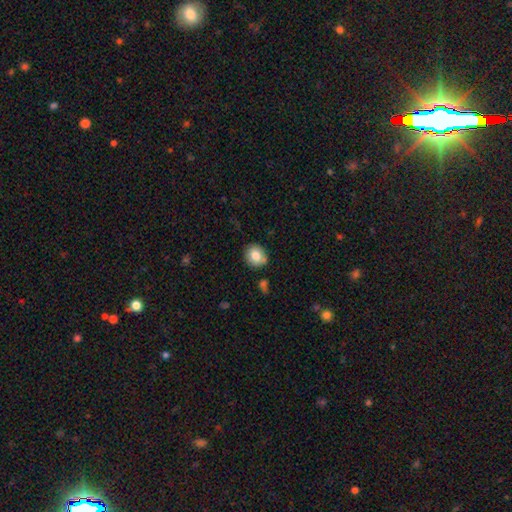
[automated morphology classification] Overall: smooth (80%). How rounded: round (68%; in between 31%). Merging: none (81%).